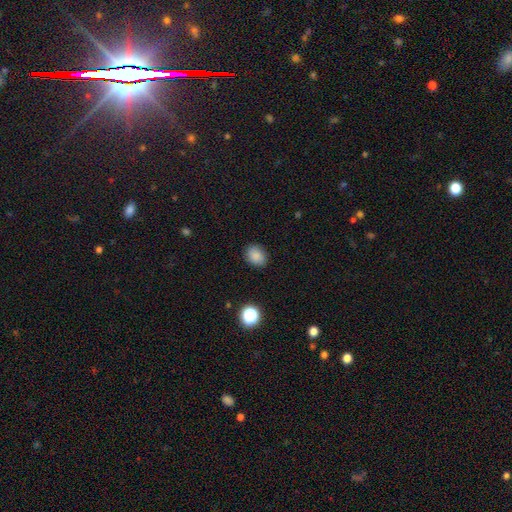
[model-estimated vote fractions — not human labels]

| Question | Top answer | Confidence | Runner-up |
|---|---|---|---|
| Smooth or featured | smooth | 85% | star or artifact (11%) |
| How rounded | in between | 59% | round (40%) |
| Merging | none | 85% | minor disturbance (11%) |